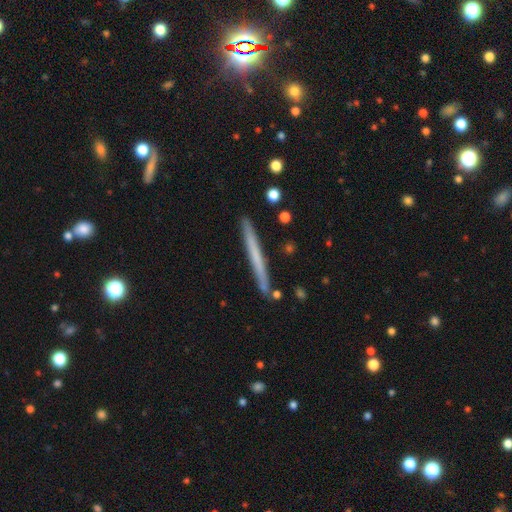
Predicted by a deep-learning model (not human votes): smooth 51%, featured or disk 42%, star or artifact 6%. Down the decision tree: how rounded — cigar-shaped (97%); merging — none (88%).